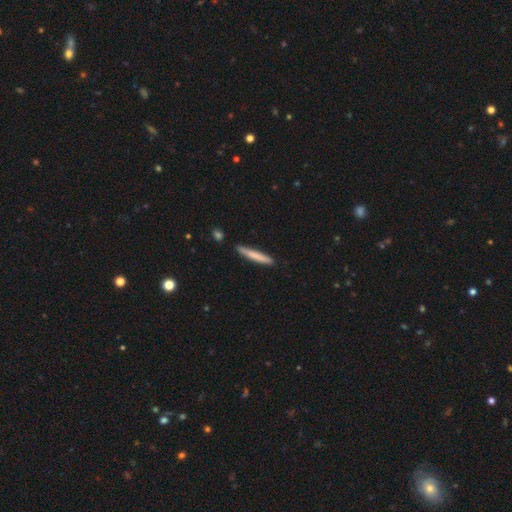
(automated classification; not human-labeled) Smooth or featured?
  - smooth: 74% *
  - featured or disk: 21%
  - star or artifact: 5%
How rounded?
  - cigar-shaped: 95% *
  - in between: 4%
  - round: 1%
Merging?
  - none: 86% *
  - minor disturbance: 10%
  - merger: 2%
  - major disturbance: 2%